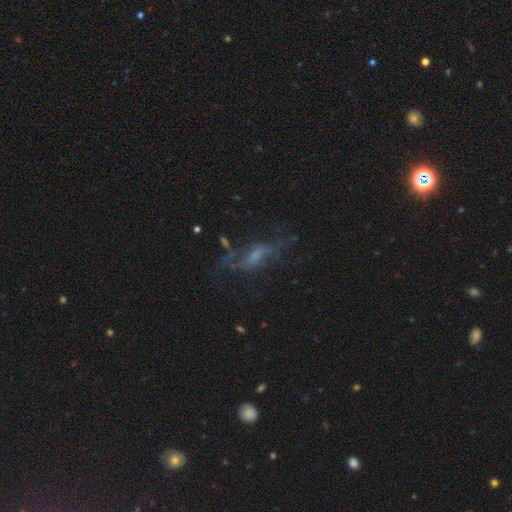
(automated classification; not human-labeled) smooth-or-featured: featured or disk: 56% | smooth: 27% | star or artifact: 17%
  disk-edge-on: no: 81% | yes: 19%
  merging: none: 45% | major disturbance: 30% | minor disturbance: 19% | merger: 5%